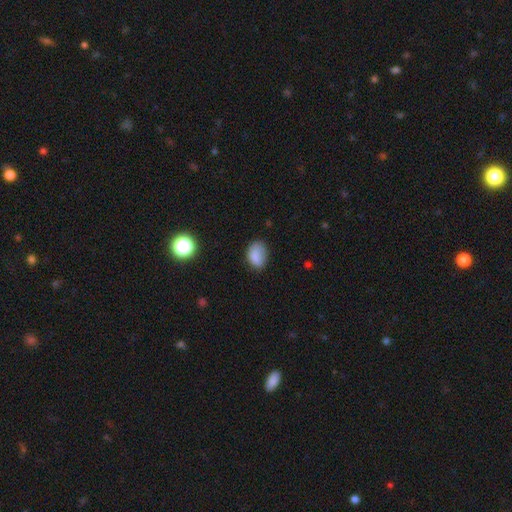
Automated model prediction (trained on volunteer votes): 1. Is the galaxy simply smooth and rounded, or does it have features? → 83% smooth, 10% star or artifact, 6% featured or disk.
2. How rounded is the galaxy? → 80% in between, 19% round, 1% cigar-shaped.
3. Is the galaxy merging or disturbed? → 67% none, 25% minor disturbance, 7% major disturbance, 2% merger.